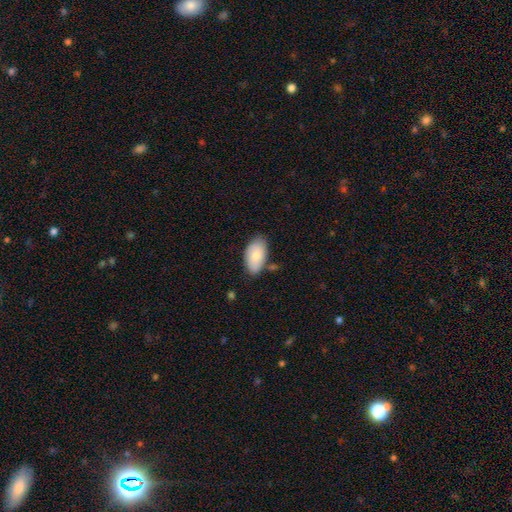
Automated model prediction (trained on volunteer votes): The model was most divided on "merging": none: 74%, minor disturbance: 18%, merger: 5%, major disturbance: 3%. More confident: how rounded — in between (95%); smooth or featured — smooth (79%).